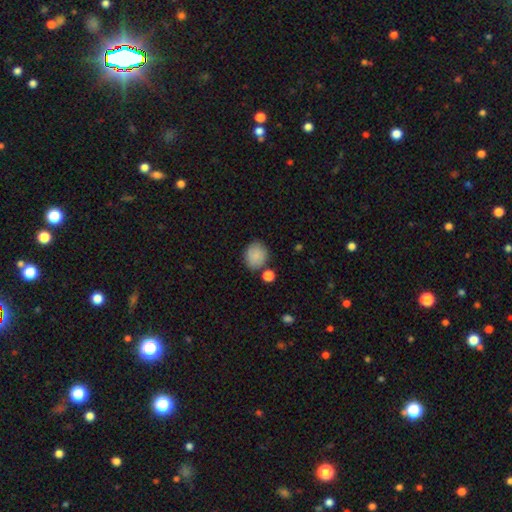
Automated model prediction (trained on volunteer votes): The model was most divided on "how rounded": round: 70%, in between: 29%, cigar-shaped: 1%. More confident: smooth or featured — smooth (87%); merging — none (76%).